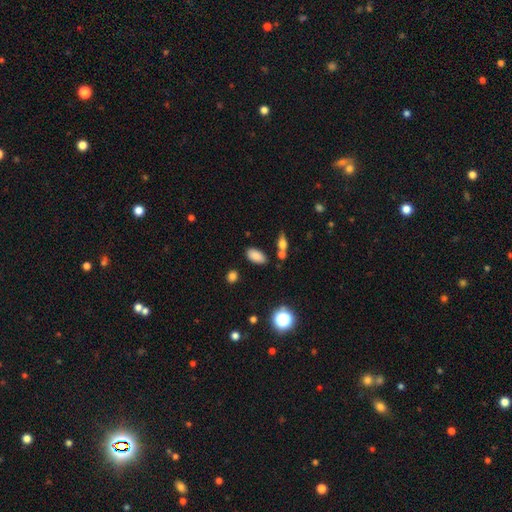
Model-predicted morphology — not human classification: Smooth or featured? smooth (84%)
How rounded? in between (90%)
Merging? none (77%)